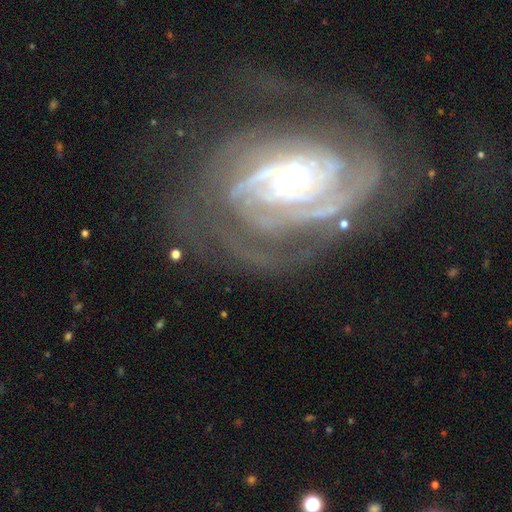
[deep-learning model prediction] Smooth or featured?
  - featured or disk: 90% *
  - star or artifact: 6%
  - smooth: 4%
Edge-on disk?
  - no: 96% *
  - yes: 4%
Bar?
  - no: 51% *
  - weak: 29%
  - strong: 20%
Spiral arms?
  - yes: 97% *
  - no: 3%
Spiral winding?
  - tight: 73% *
  - medium: 23%
  - loose: 4%
Spiral arm count?
  - 2: 24% *
  - can't tell: 23%
  - 3: 22%
  - 4: 15%
  - more than 4: 9%
  - 1: 7%
Bulge size?
  - small: 65% *
  - moderate: 29%
  - large: 3%
  - none: 1%
  - dominant: 1%
Merging?
  - none: 64% *
  - minor disturbance: 18%
  - major disturbance: 16%
  - merger: 2%